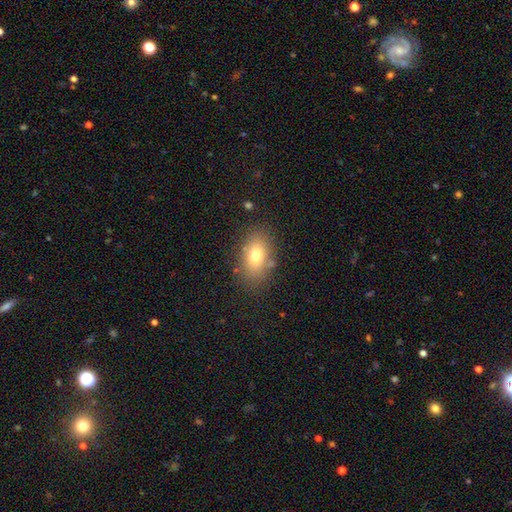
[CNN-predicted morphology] type=smooth (73%); roundness=in between (82%); merging=none (80%).